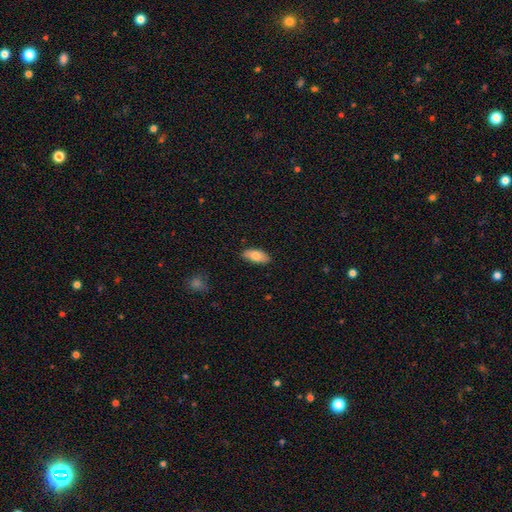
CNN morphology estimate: Smooth or featured? smooth (80%)
How rounded? in between (86%)
Merging? none (86%)